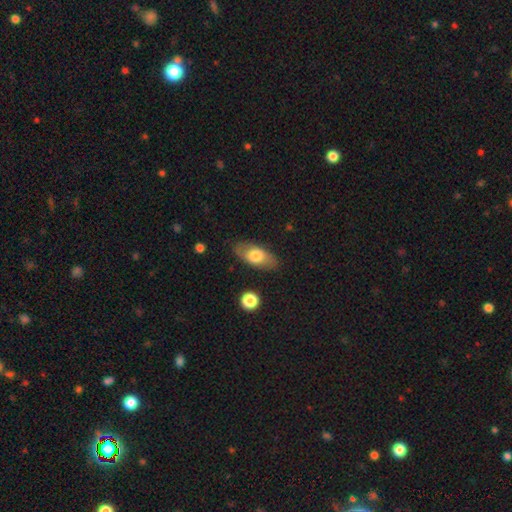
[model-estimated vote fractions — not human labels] A smooth galaxy with no disk features (65%) that is in between round and cigar-shaped (88%).

Vote fractions:
- Smooth or featured? smooth: 65% / featured or disk: 28% / star or artifact: 6%
- How rounded? in between: 88% / cigar-shaped: 8% / round: 5%
- Merging? none: 80% / minor disturbance: 15% / major disturbance: 4% / merger: 2%